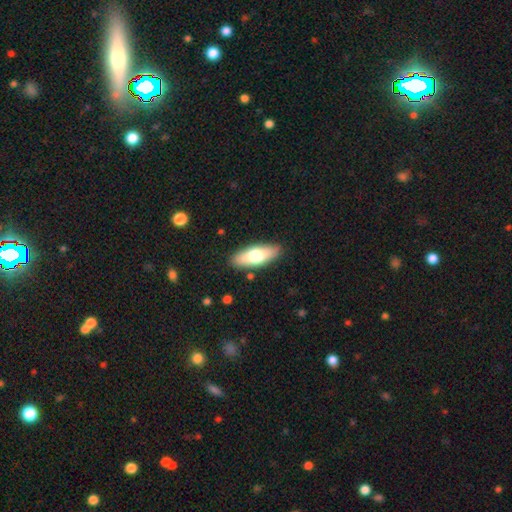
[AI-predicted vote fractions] Overall: smooth (63%; featured or disk 31%). How rounded: in between (69%). Merging: none (87%).